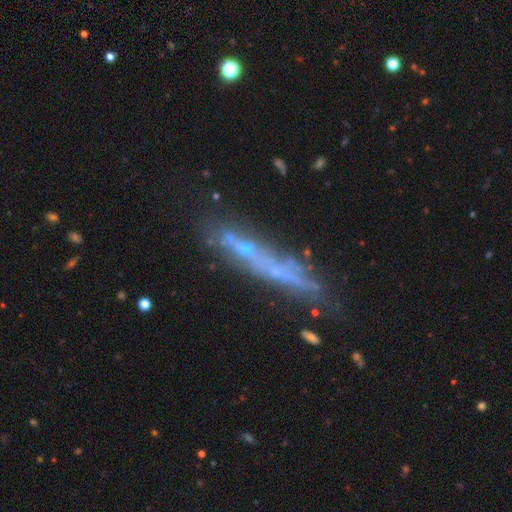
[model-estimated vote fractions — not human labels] smooth_or_featured: featured or disk (p=0.55) [alt: smooth p=0.30]
disk_edge_on: yes (p=0.70) [alt: no p=0.30]
merging: none (p=0.65) [alt: minor disturbance p=0.17]